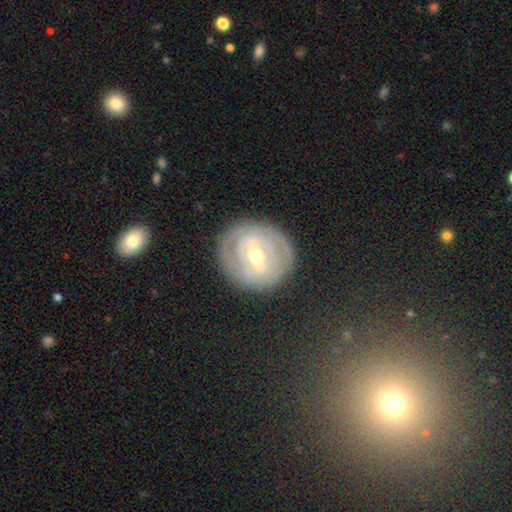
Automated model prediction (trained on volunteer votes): A featured or disk galaxy (80%) with a weak bar (43%), tight (77%) spiral arms (74%) and a moderate central bulge (60%).

Vote fractions:
- Smooth or featured? featured or disk: 80% / smooth: 14% / star or artifact: 6%
- Edge-on disk? no: 95% / yes: 5%
- Bar? weak: 43% / strong: 39% / no: 18%
- Spiral arms? yes: 74% / no: 26%
- Spiral winding? tight: 77% / medium: 17% / loose: 6%
- Spiral arm count? can't tell: 41% / 2: 38% / 3: 8% / 1: 6% / 4: 4% / more than 4: 3%
- Bulge size? moderate: 60% / small: 36% / large: 2% / none: 1% / dominant: 1%
- Merging? none: 82% / minor disturbance: 12% / major disturbance: 5% / merger: 1%